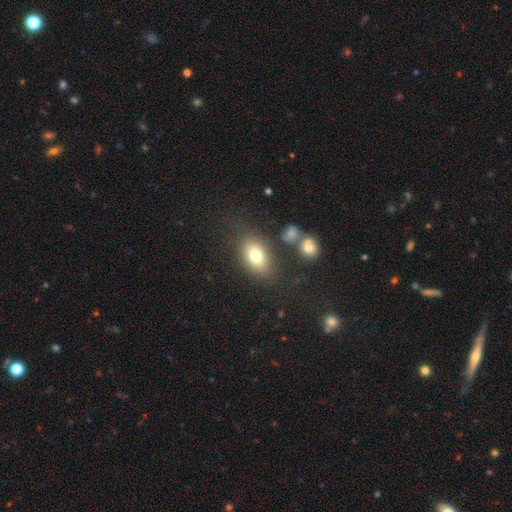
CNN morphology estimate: smooth 76%, featured or disk 14%, star or artifact 10%. Down the decision tree: how rounded — in between (83%); merging — none (77%).